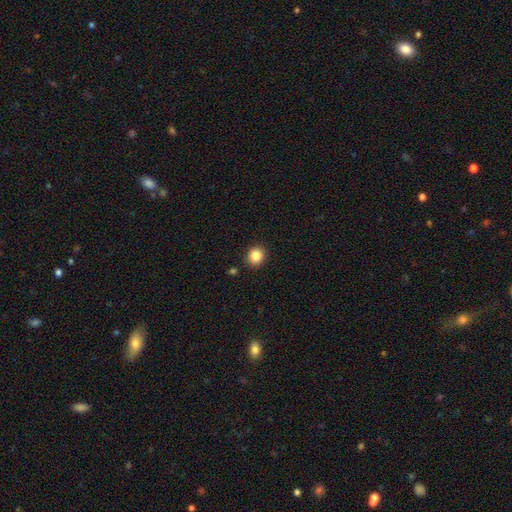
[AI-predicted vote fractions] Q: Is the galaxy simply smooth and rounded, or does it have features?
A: smooth — 86%.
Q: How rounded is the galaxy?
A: round — 86%.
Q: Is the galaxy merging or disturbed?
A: none — 90%.